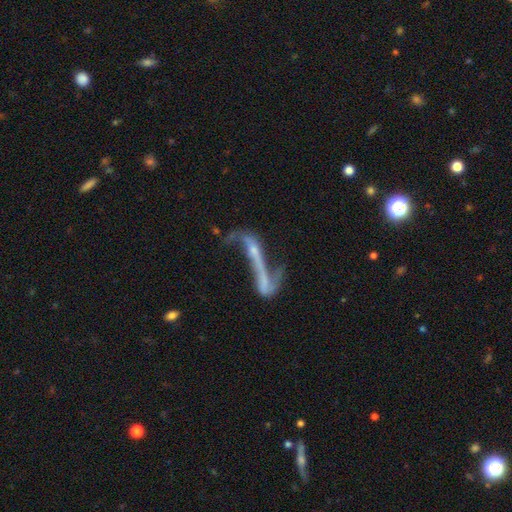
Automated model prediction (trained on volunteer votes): smooth-or-featured: featured or disk: 69% | smooth: 20% | star or artifact: 11%
  disk-edge-on: no: 63% | yes: 37%
  merging: major disturbance: 38% | merger: 27% | none: 23% | minor disturbance: 13%